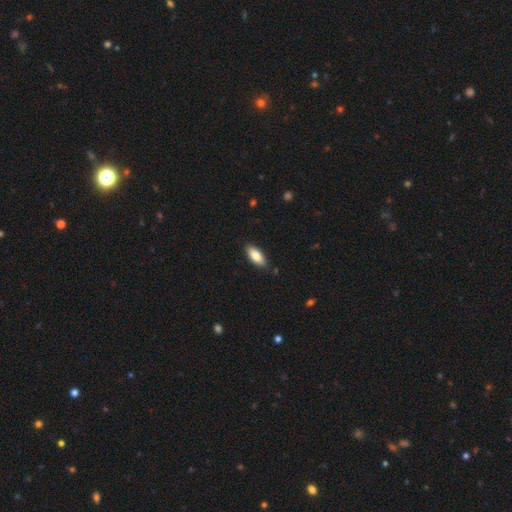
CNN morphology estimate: Overall: smooth (81%). How rounded: in between (81%). Merging: none (86%).